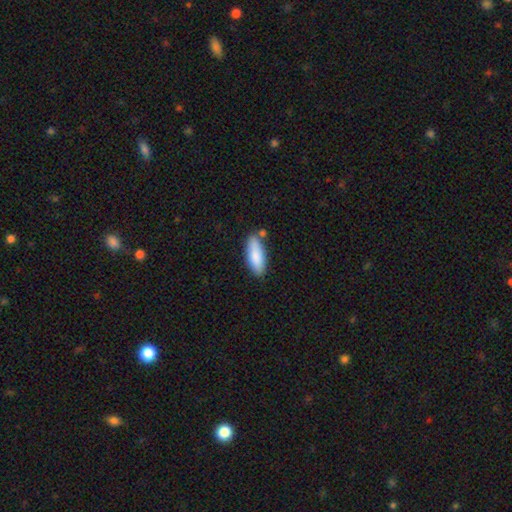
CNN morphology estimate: This is clearly a smooth galaxy (85%). How rounded: likely in between (68%). Merging: likely none (74%).